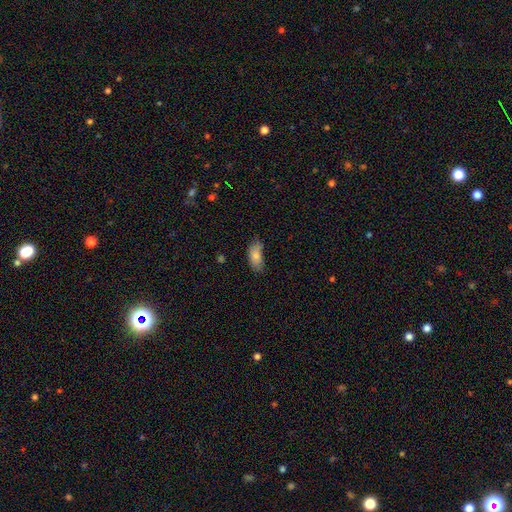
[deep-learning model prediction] smooth 82%, featured or disk 11%, star or artifact 8%. Down the decision tree: how rounded — in between (88%); merging — none (63%).